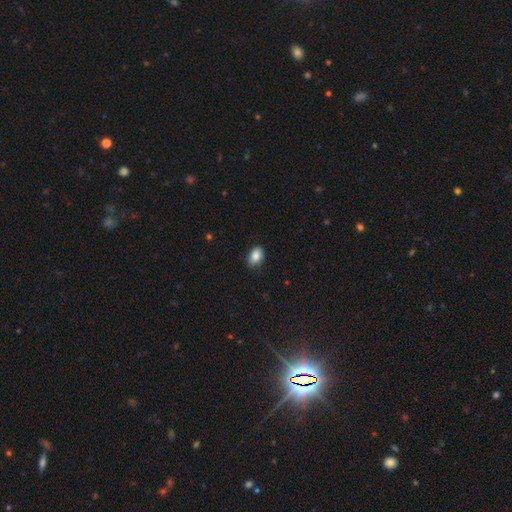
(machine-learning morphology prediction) Smooth or featured?
  - smooth: 86% *
  - star or artifact: 8%
  - featured or disk: 6%
How rounded?
  - in between: 86% *
  - round: 13%
  - cigar-shaped: 1%
Merging?
  - none: 78% *
  - minor disturbance: 18%
  - major disturbance: 3%
  - merger: 1%